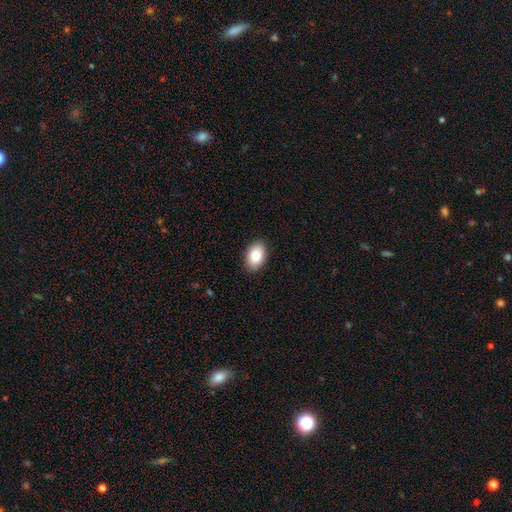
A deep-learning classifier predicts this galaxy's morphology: Smooth or featured?
  - smooth: 82% *
  - featured or disk: 11%
  - star or artifact: 8%
How rounded?
  - in between: 86% *
  - round: 13%
  - cigar-shaped: 1%
Merging?
  - none: 89% *
  - minor disturbance: 8%
  - major disturbance: 2%
  - merger: 1%